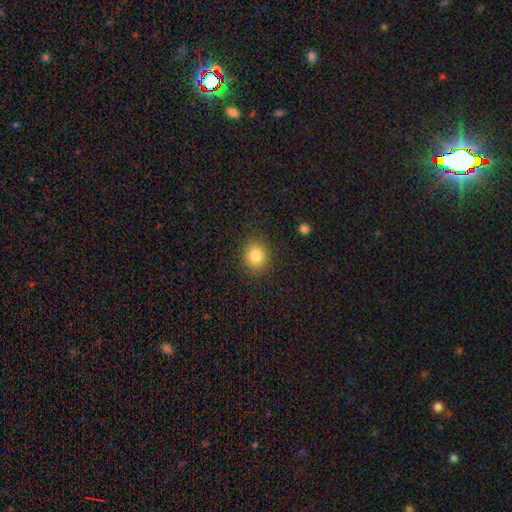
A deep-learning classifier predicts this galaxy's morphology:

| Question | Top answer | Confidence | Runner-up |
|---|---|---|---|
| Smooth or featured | smooth | 84% | star or artifact (10%) |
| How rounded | round | 68% | in between (31%) |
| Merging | none | 87% | minor disturbance (9%) |